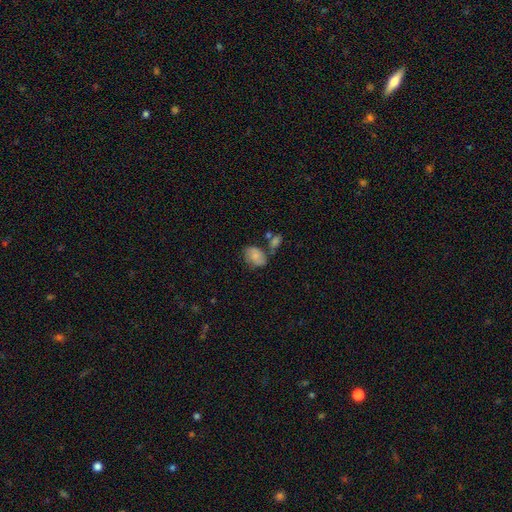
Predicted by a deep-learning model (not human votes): smooth 68%, featured or disk 24%, star or artifact 9%. Down the decision tree: how rounded — in between (79%); merging — none (49%).